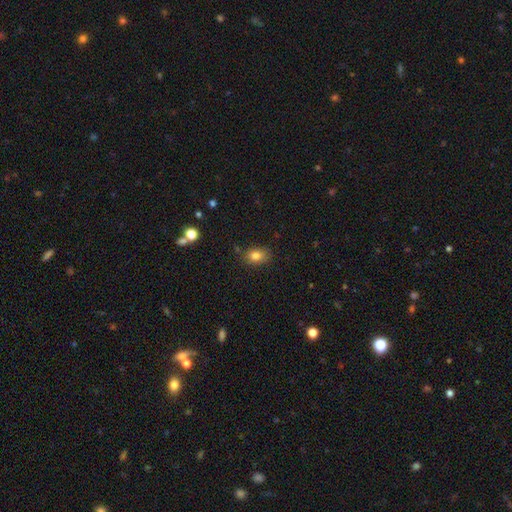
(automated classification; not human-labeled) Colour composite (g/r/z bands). It shows a smooth galaxy with no disk features (82%) that is in between round and cigar-shaped (72%). Merging: none (79%).